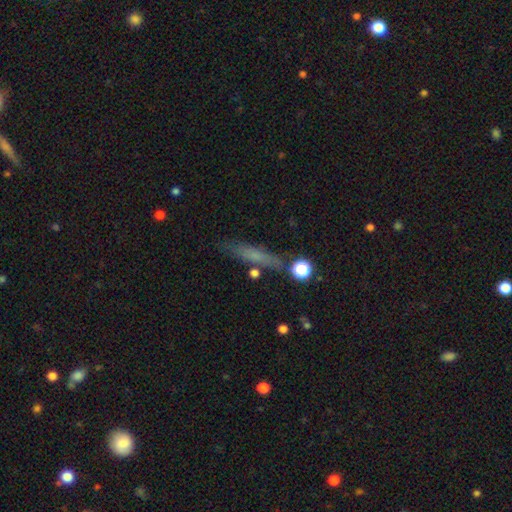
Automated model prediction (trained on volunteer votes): smooth_or_featured: smooth (p=0.58) [alt: featured or disk p=0.29]
how_rounded: cigar-shaped (p=0.83) [alt: in between p=0.12]
merging: none (p=0.78) [alt: minor disturbance p=0.13]